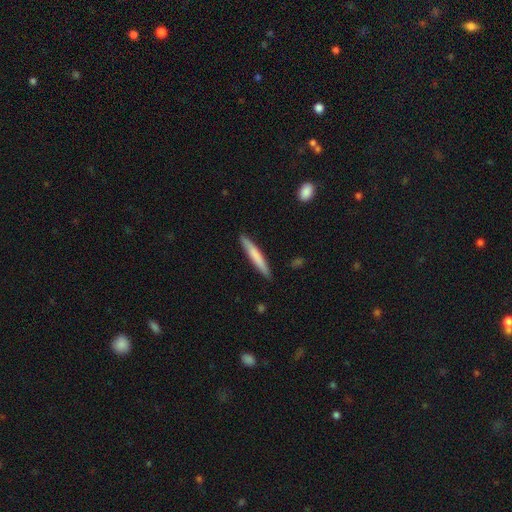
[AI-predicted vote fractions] Overall: smooth (71%). How rounded: cigar-shaped (95%). Merging: none (89%).